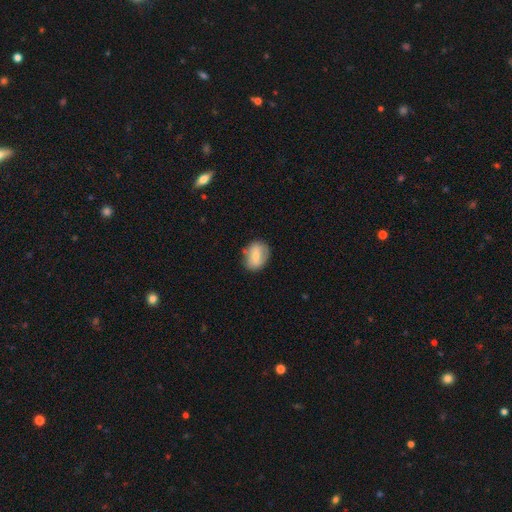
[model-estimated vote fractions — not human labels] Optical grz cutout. It shows a smooth galaxy with no disk features (63%) that is in between round and cigar-shaped (60%). Merging: none (76%).